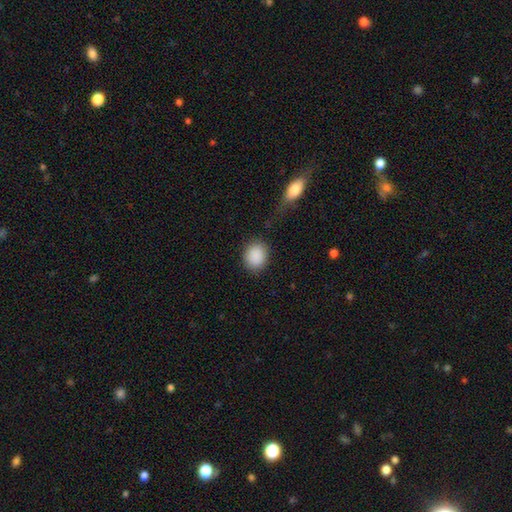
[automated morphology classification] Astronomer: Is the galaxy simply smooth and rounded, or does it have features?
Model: smooth — 90%.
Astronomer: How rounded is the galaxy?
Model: round — 65%.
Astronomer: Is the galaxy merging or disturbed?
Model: none — 82%.